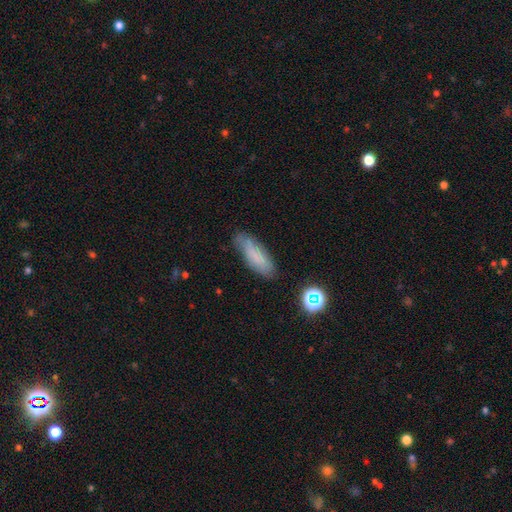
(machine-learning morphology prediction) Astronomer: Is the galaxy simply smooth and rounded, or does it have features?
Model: smooth — 74%.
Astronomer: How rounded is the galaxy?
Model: in between — 57% (runner-up: cigar-shaped, 41%).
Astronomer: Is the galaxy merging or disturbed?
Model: none — 70%.